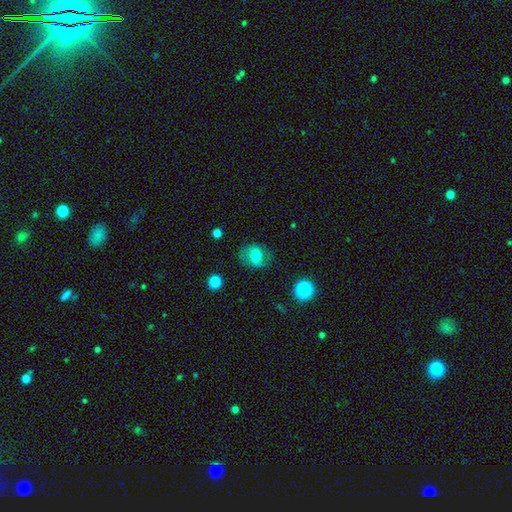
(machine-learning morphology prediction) smooth 59%, featured or disk 31%, star or artifact 10%. Down the decision tree: how rounded — round (54%); merging — none (71%).